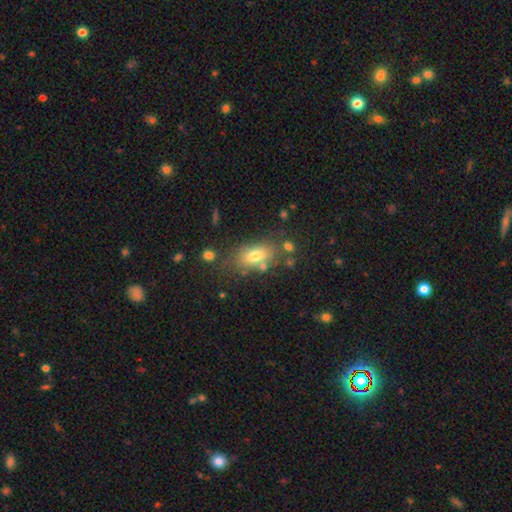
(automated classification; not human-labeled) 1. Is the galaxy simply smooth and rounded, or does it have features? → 72% smooth, 18% featured or disk, 10% star or artifact.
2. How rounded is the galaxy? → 85% in between, 9% round, 6% cigar-shaped.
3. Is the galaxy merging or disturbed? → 69% none, 16% minor disturbance, 10% merger, 6% major disturbance.